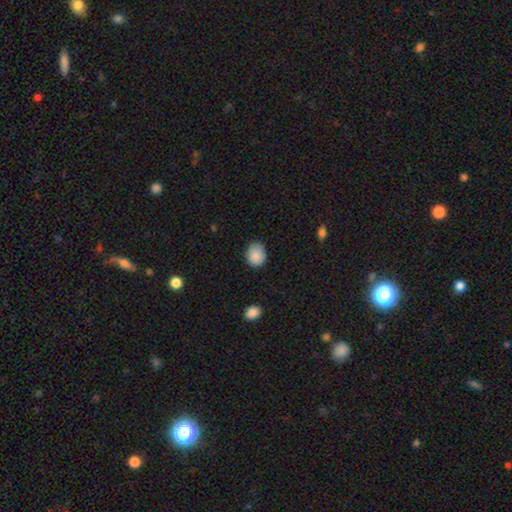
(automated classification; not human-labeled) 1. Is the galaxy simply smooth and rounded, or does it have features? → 87% smooth, 8% star or artifact, 4% featured or disk.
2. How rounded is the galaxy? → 51% round, 48% in between, 1% cigar-shaped.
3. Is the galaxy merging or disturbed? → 73% none, 22% minor disturbance, 4% major disturbance, 1% merger.